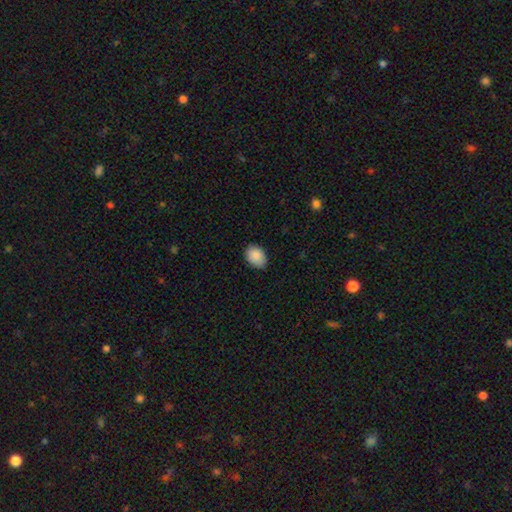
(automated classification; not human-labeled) Overall: smooth (89%). How rounded: in between (72%). Merging: none (81%).